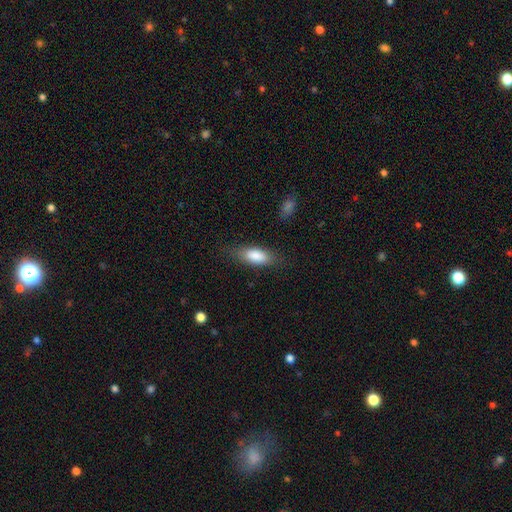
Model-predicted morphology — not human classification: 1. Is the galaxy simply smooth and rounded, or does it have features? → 84% smooth, 10% featured or disk, 6% star or artifact.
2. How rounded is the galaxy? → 77% in between, 21% cigar-shaped, 2% round.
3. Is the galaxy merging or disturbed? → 78% none, 16% minor disturbance, 5% major disturbance, 1% merger.